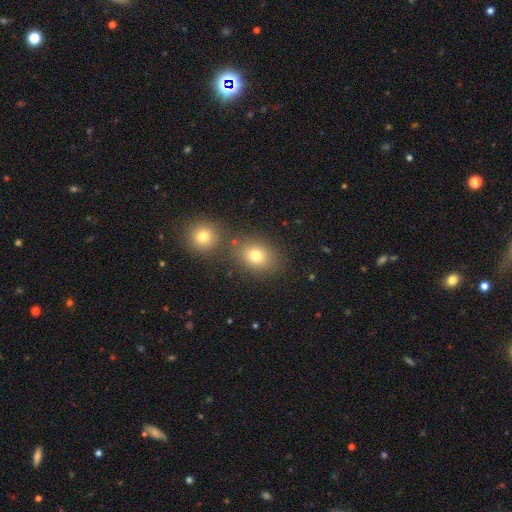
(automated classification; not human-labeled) Overall: smooth (77%). How rounded: round (57%; in between 42%). Merging: none (69%).